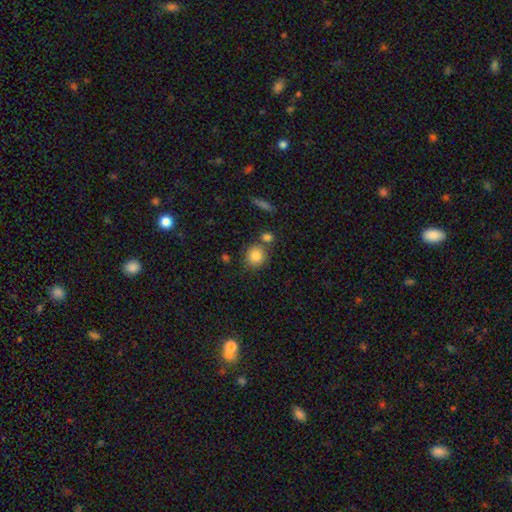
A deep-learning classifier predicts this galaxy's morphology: Smooth or featured?
  - smooth: 84% *
  - star or artifact: 9%
  - featured or disk: 7%
How rounded?
  - round: 85% *
  - in between: 14%
  - cigar-shaped: 1%
Merging?
  - none: 69% *
  - merger: 16%
  - minor disturbance: 11%
  - major disturbance: 4%